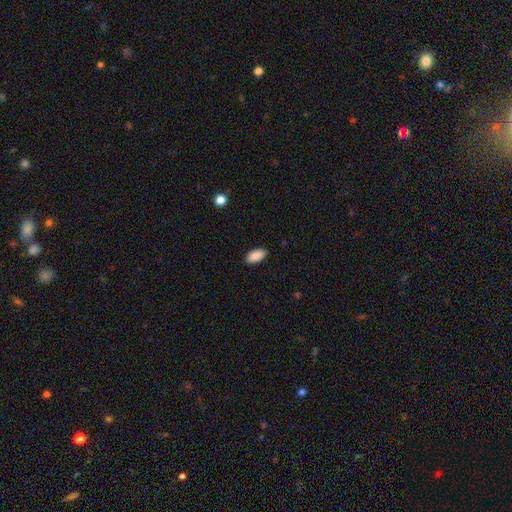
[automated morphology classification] type=smooth (90%); roundness=in between (92%); merging=none (89%).